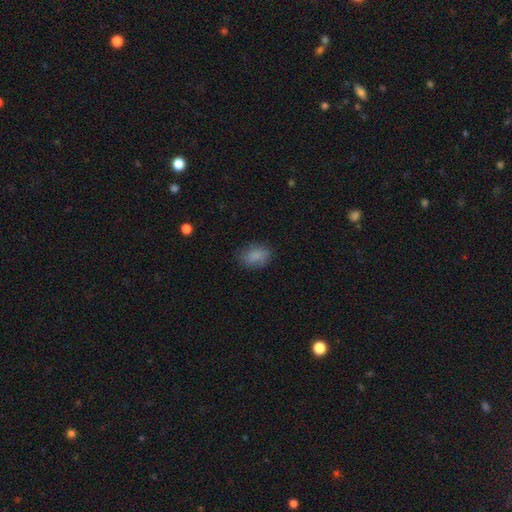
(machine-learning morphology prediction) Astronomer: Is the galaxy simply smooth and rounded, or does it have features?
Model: smooth — 84%.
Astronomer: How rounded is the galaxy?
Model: in between — 81%.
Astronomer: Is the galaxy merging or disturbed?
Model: none — 75%.